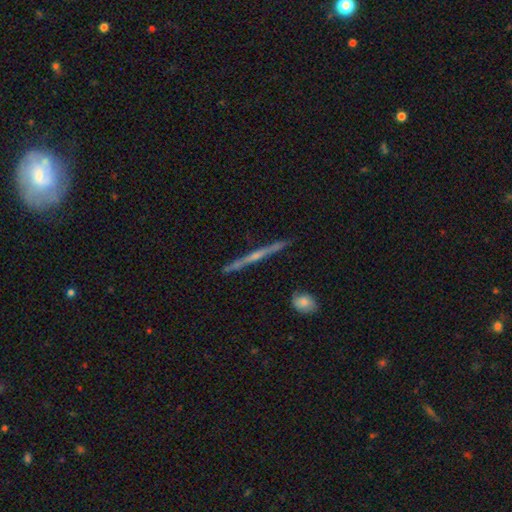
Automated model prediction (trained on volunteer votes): Q: Smooth or featured?
A: featured or disk (73%); runner-up: smooth (19%)
Q: Edge-on disk?
A: yes (98%); runner-up: no (2%)
Q: Edge-on bulge?
A: rounded (54%); runner-up: none (38%)
Q: Merging?
A: none (90%); runner-up: minor disturbance (7%)